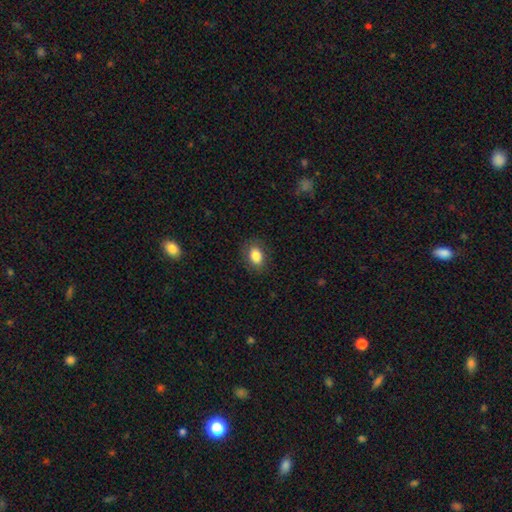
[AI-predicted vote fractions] A smooth galaxy with no disk features (84%) that is in between round and cigar-shaped (70%).

Vote fractions:
- Smooth or featured? smooth: 84% / star or artifact: 9% / featured or disk: 8%
- How rounded? in between: 70% / round: 29% / cigar-shaped: 1%
- Merging? none: 84% / minor disturbance: 12% / major disturbance: 3% / merger: 1%